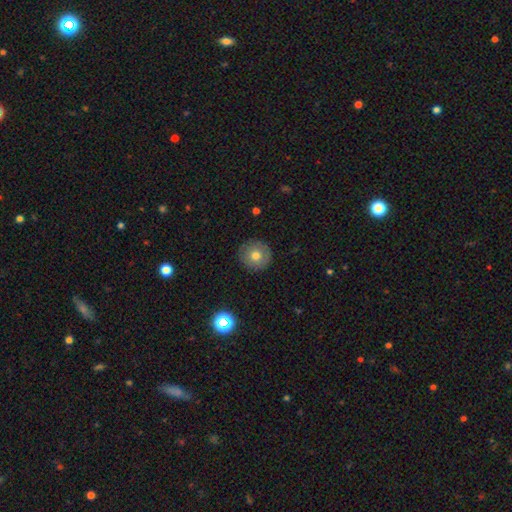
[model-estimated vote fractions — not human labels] smooth 72%, featured or disk 18%, star or artifact 10%. Down the decision tree: how rounded — round (96%); merging — none (90%).